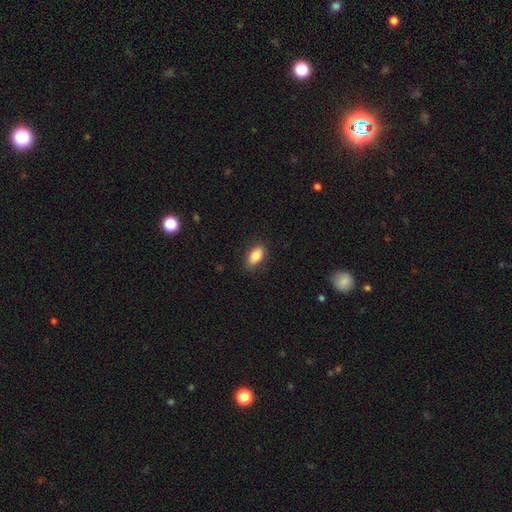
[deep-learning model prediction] A smooth galaxy with no disk features (83%) that is in between round and cigar-shaped (90%).

Vote fractions:
- Smooth or featured? smooth: 83% / featured or disk: 10% / star or artifact: 7%
- How rounded? in between: 90% / round: 6% / cigar-shaped: 4%
- Merging? none: 83% / minor disturbance: 13% / major disturbance: 3% / merger: 1%